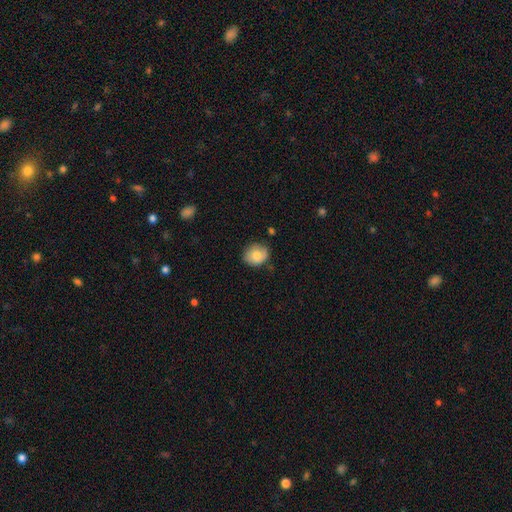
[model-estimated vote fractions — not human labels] smooth_or_featured: smooth (p=0.73) [alt: featured or disk p=0.19]
how_rounded: round (p=0.68) [alt: in between p=0.31]
merging: none (p=0.72) [alt: minor disturbance p=0.22]